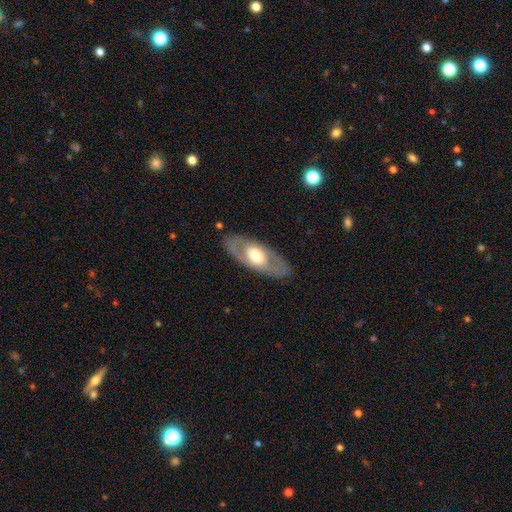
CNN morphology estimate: Smooth or featured? featured or disk (61%)
Edge-on disk? no (83%)
Bar? no (74%)
Spiral arms? no (71%)
Bulge size? moderate (57%)
Merging? none (84%)